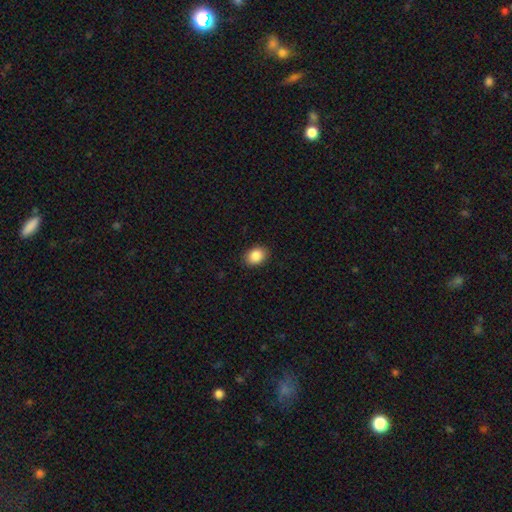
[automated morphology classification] Smooth or featured? Predicted: smooth (p=0.88). How rounded? Predicted: in between (p=0.68). Merging? Predicted: none (p=0.89).